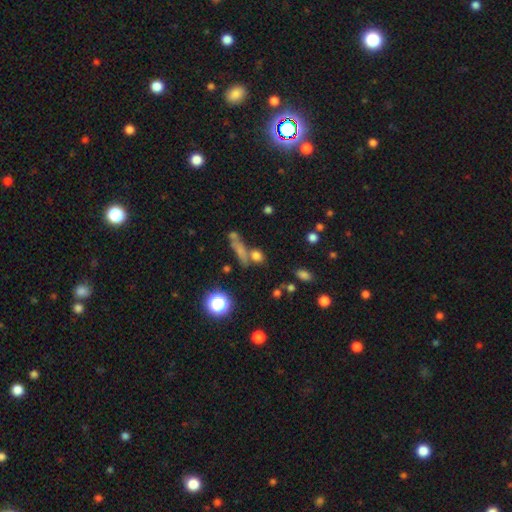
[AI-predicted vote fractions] The model was most divided on "how rounded": round: 43%, cigar-shaped: 30%, in between: 27%. More confident: smooth or featured — smooth (66%); merging — none (58%).